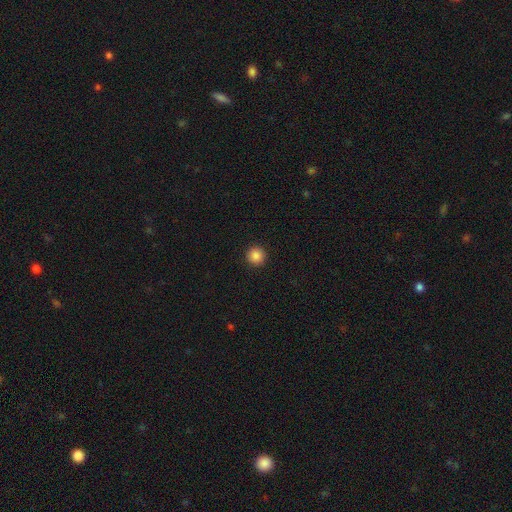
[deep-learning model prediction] A smooth galaxy with no disk features (87%) that is round (96%). Merging: none (93%).